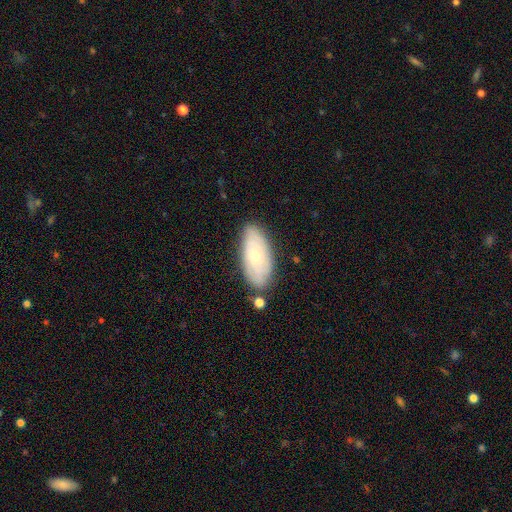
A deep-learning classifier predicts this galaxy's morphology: Q: Smooth or featured?
A: smooth (52%); runner-up: featured or disk (41%)
Q: How rounded?
A: in between (89%); runner-up: cigar-shaped (9%)
Q: Merging?
A: none (76%); runner-up: minor disturbance (17%)